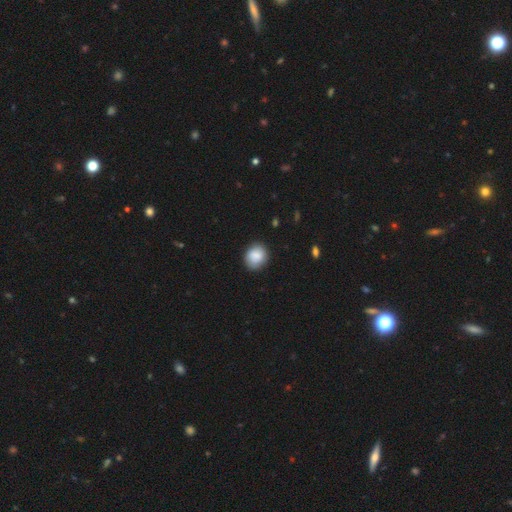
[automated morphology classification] This appears to be a smooth galaxy with no disk features (86%) that is round (70%). Merging: none (82%).